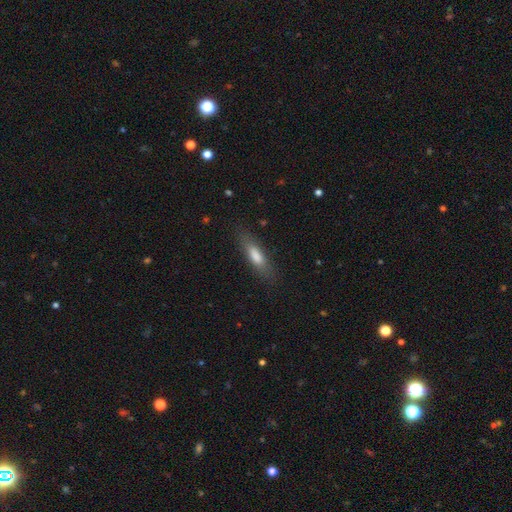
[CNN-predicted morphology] Overall: smooth (72%). How rounded: cigar-shaped (62%; in between 36%). Merging: none (82%).